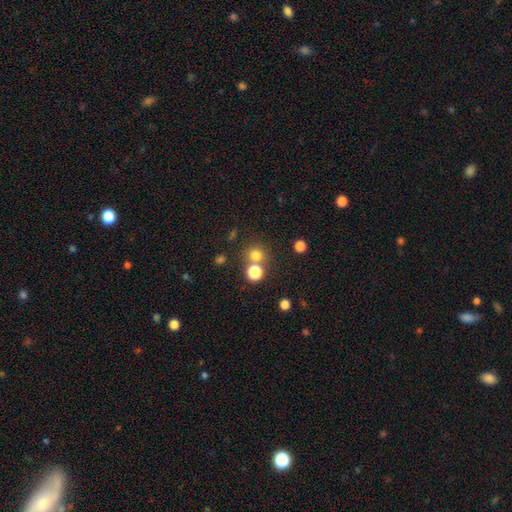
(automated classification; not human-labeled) This is likely a smooth galaxy (75%). How rounded: clearly round (90%). Merging: likely none (68%).